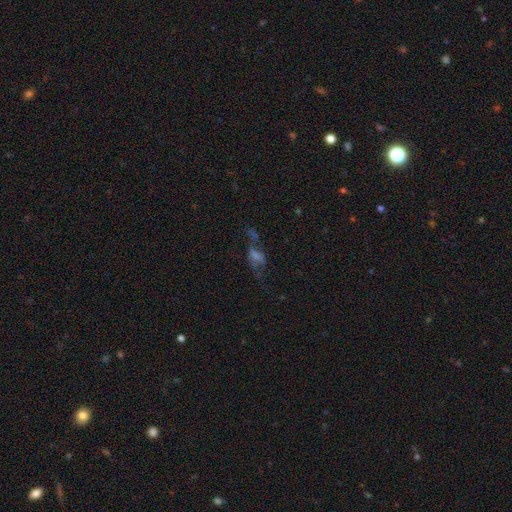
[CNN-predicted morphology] This appears to be a featured or disk galaxy (41%). Merging: major disturbance (34%, tied with none).